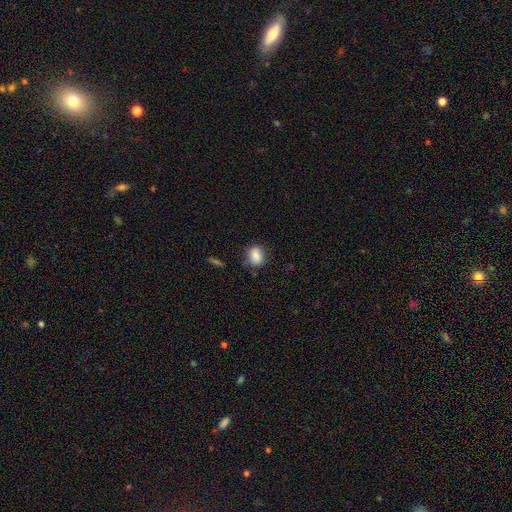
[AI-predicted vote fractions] smooth 86%, star or artifact 8%, featured or disk 5%. Down the decision tree: how rounded — in between (57%); merging — none (78%).